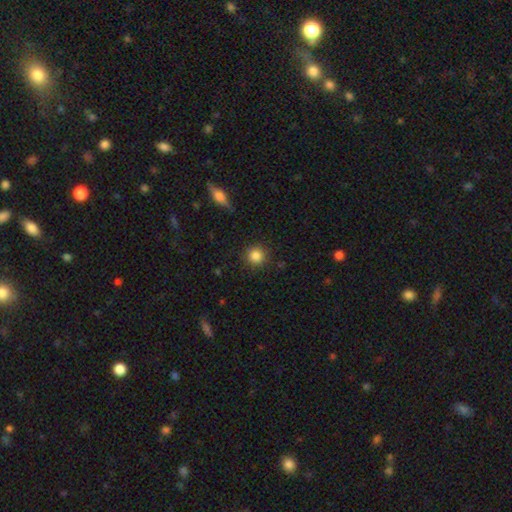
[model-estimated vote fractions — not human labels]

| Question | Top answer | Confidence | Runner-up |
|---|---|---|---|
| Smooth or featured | smooth | 84% | star or artifact (10%) |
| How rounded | round | 94% | in between (5%) |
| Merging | none | 88% | minor disturbance (8%) |